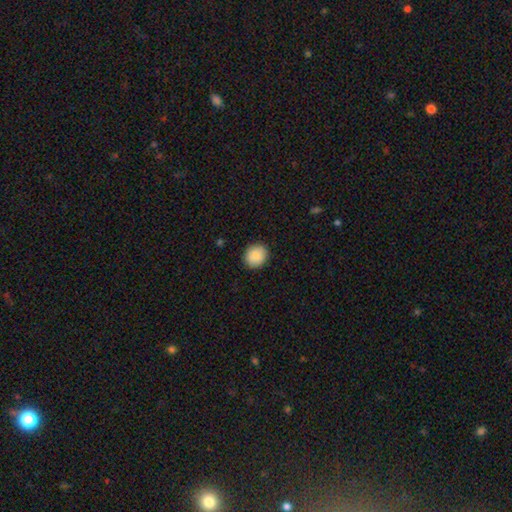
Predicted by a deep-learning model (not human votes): This is clearly a smooth galaxy (86%). How rounded: likely round (75%). Merging: clearly none (90%).